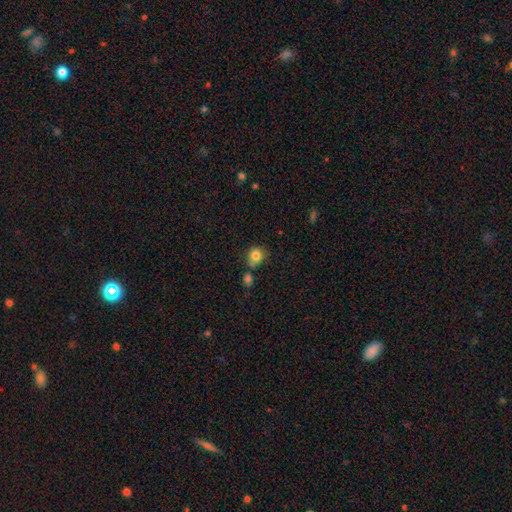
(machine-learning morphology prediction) This appears to be a smooth galaxy with no disk features (82%) that is round (73%). Merging: none (60%).